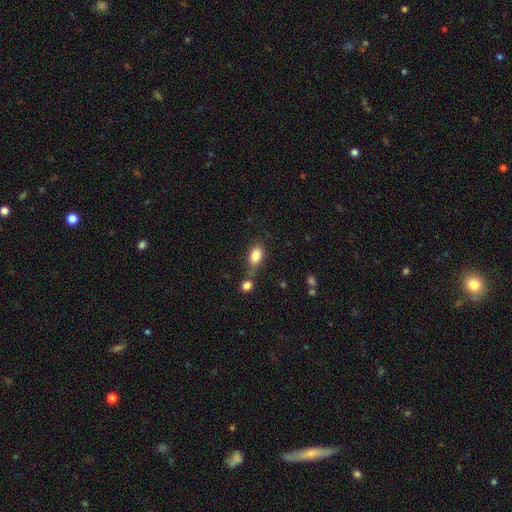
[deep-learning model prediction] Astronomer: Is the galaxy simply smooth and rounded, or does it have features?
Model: smooth — 84%.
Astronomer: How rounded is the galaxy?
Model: in between — 87%.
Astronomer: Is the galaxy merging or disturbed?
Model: none — 58%.